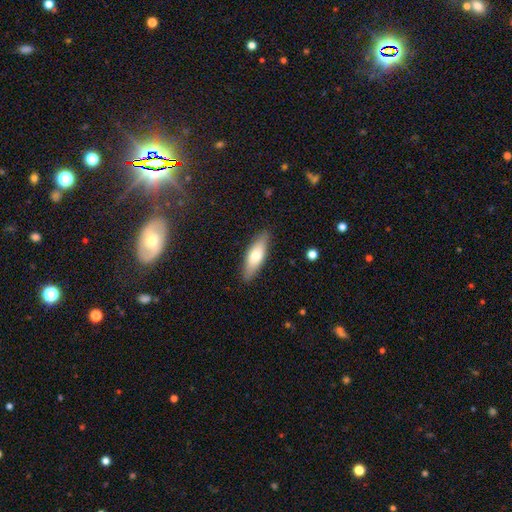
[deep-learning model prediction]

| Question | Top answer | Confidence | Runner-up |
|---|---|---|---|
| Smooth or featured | smooth | 68% | featured or disk (26%) |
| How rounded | in between | 53% | cigar-shaped (45%) |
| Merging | none | 87% | minor disturbance (10%) |